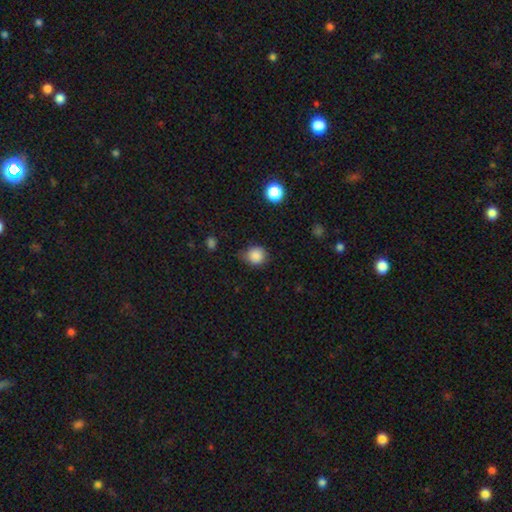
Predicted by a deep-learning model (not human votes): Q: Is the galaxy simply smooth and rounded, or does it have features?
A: smooth — 86%.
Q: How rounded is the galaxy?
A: round — 84%.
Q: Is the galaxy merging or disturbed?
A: none — 67%.